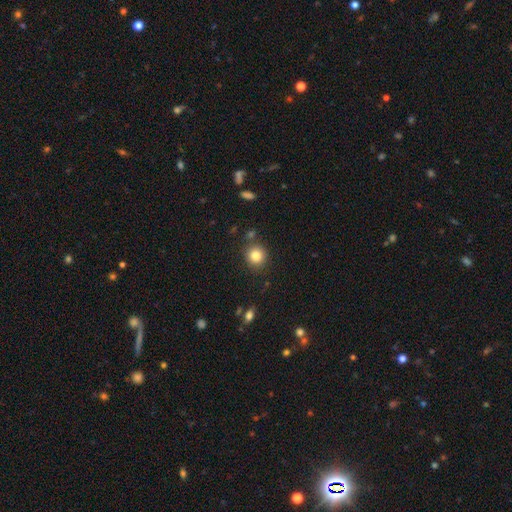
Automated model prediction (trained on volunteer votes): Morphology: type=smooth (83%); roundness=round (89%); merging=none (84%).